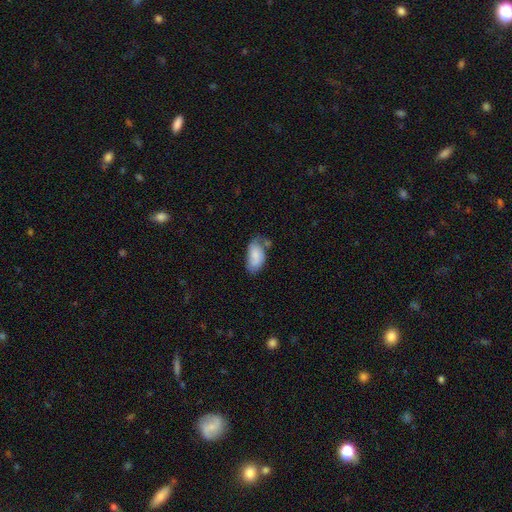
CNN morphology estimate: Overall: smooth (71%). How rounded: in between (94%). Merging: none (43%; minor disturbance 33%).